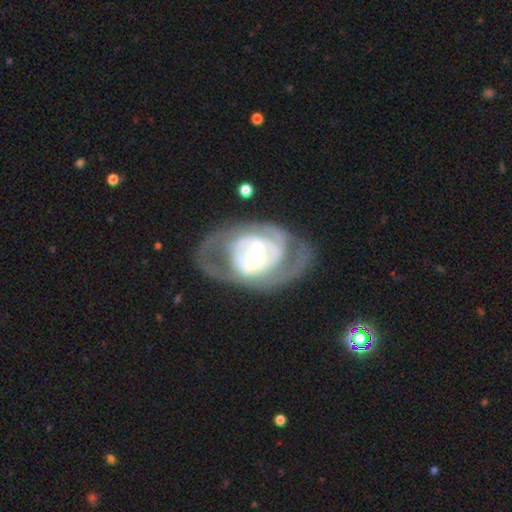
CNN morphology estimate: Smooth or featured?
  - featured or disk: 83% *
  - smooth: 12%
  - star or artifact: 5%
Edge-on disk?
  - no: 96% *
  - yes: 4%
Bar?
  - no: 39% *
  - weak: 34%
  - strong: 27%
Spiral arms?
  - yes: 73% *
  - no: 27%
Spiral winding?
  - tight: 50% *
  - medium: 35%
  - loose: 15%
Spiral arm count?
  - 2: 52% *
  - can't tell: 27%
  - 3: 9%
  - 1: 6%
  - 4: 3%
  - more than 4: 3%
Bulge size?
  - moderate: 65% *
  - large: 20%
  - small: 12%
  - dominant: 2%
  - none: 1%
Merging?
  - none: 64% *
  - major disturbance: 17%
  - minor disturbance: 17%
  - merger: 2%